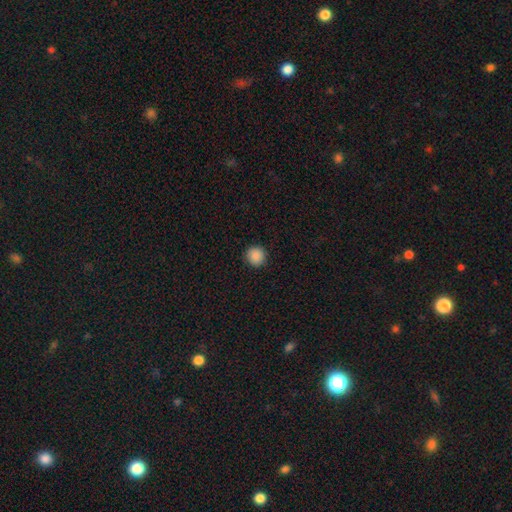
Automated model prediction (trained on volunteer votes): This is clearly a smooth galaxy (88%). How rounded: clearly round (95%). Merging: clearly none (92%).